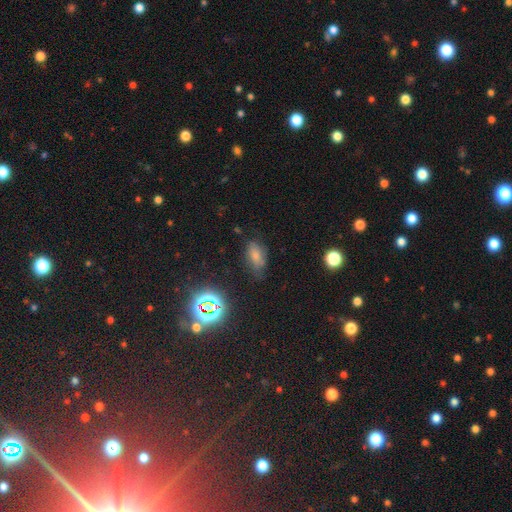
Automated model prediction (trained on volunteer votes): Smooth or featured? smooth (67%)
How rounded? in between (88%)
Merging? none (63%)